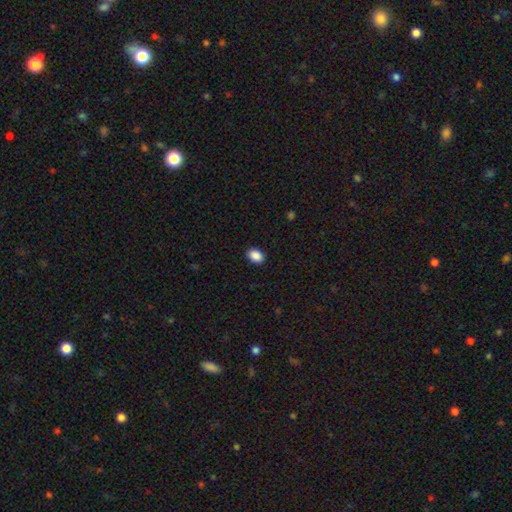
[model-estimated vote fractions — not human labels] The model was most divided on "how rounded": in between: 79%, round: 20%, cigar-shaped: 1%. More confident: merging — none (90%); smooth or featured — smooth (90%).